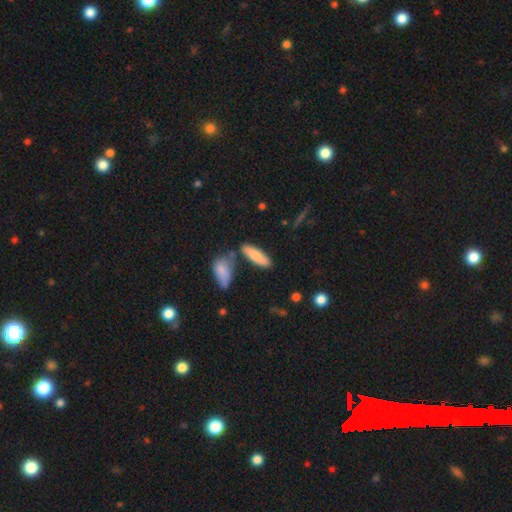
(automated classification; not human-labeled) Smooth or featured? Predicted: smooth (p=0.77). How rounded? Predicted: in between (p=0.49, tied with cigar-shaped). Merging? Predicted: none (p=0.67).